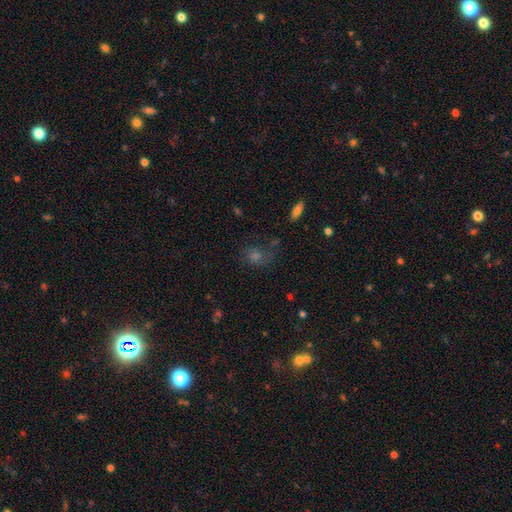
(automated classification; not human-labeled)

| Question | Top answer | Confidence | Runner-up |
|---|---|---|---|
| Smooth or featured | smooth | 40% | star or artifact (33%) |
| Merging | none | 56% | major disturbance (20%) |